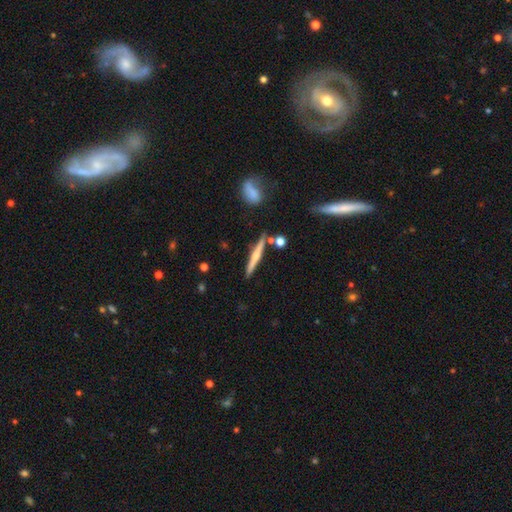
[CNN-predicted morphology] A featured or disk galaxy (61%) viewed edge-on (97%) with a rounded central bulge (77%). Merging: none (84%).